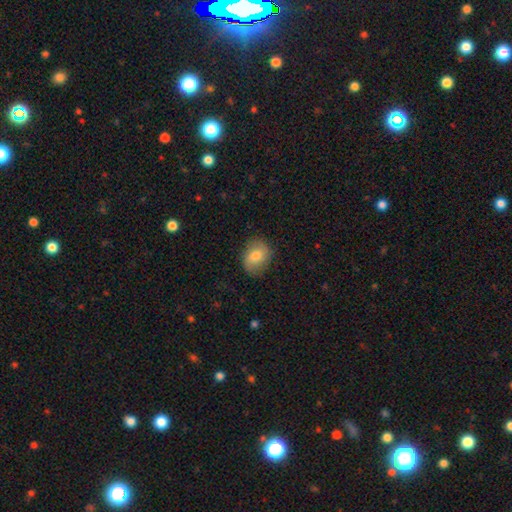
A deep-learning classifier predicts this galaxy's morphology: smooth_or_featured: smooth (p=0.68) [alt: featured or disk p=0.23]
how_rounded: in between (p=0.59) [alt: round p=0.40]
merging: none (p=0.78) [alt: minor disturbance p=0.17]